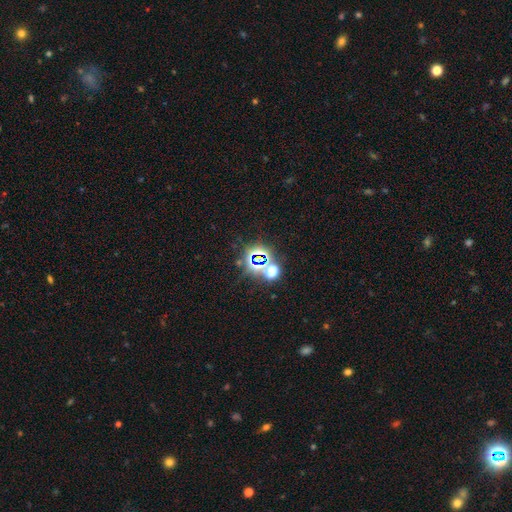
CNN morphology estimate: This appears to be a star or artifact, not a galaxy (73%).